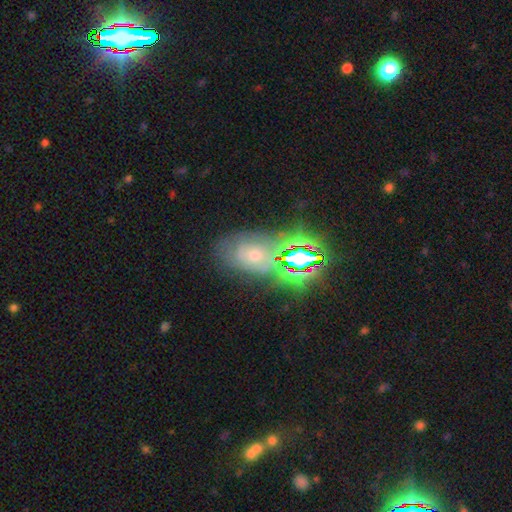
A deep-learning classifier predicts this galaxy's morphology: A featured or disk galaxy (36%, tied with star or artifact).

Vote fractions:
- Smooth or featured? featured or disk: 36% (tied) / star or artifact: 36% (tied) / smooth: 28%
- Merging? none: 59% / minor disturbance: 21% / major disturbance: 12% / merger: 8%